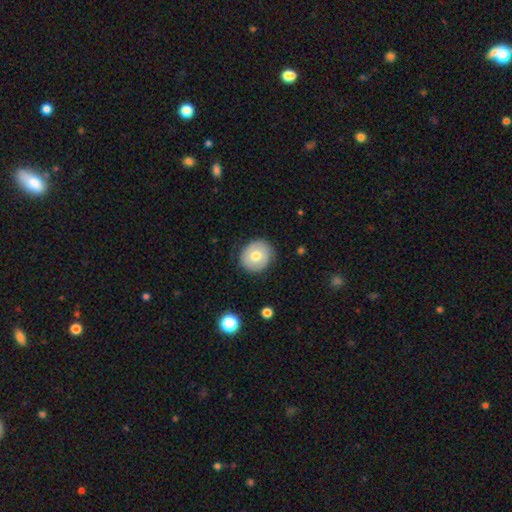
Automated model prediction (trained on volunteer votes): A smooth galaxy with no disk features (66%) that is round (83%).

Vote fractions:
- Smooth or featured? smooth: 66% / featured or disk: 27% / star or artifact: 8%
- How rounded? round: 83% / in between: 16% / cigar-shaped: 1%
- Merging? none: 84% / minor disturbance: 12% / major disturbance: 3% / merger: 1%